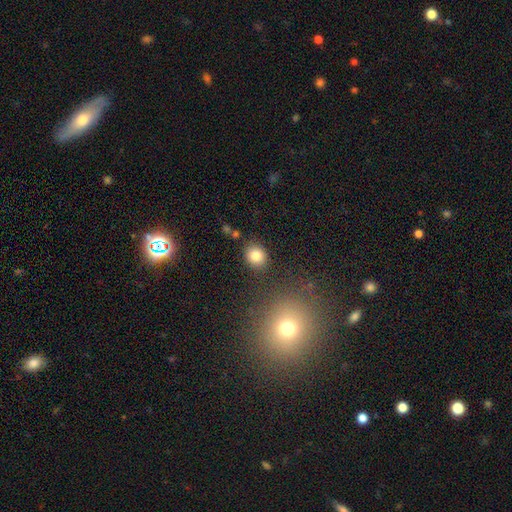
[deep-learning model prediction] Smooth or featured? smooth (84%)
How rounded? round (72%)
Merging? none (84%)